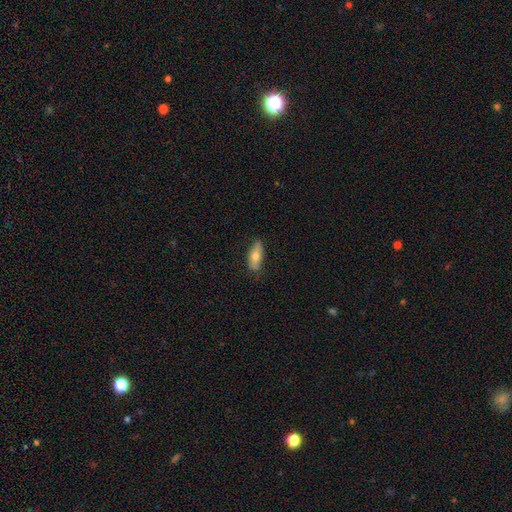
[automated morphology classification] Smooth or featured?
  - smooth: 66% *
  - featured or disk: 27%
  - star or artifact: 6%
How rounded?
  - in between: 79% *
  - cigar-shaped: 18%
  - round: 3%
Merging?
  - none: 79% *
  - minor disturbance: 18%
  - major disturbance: 3%
  - merger: 1%